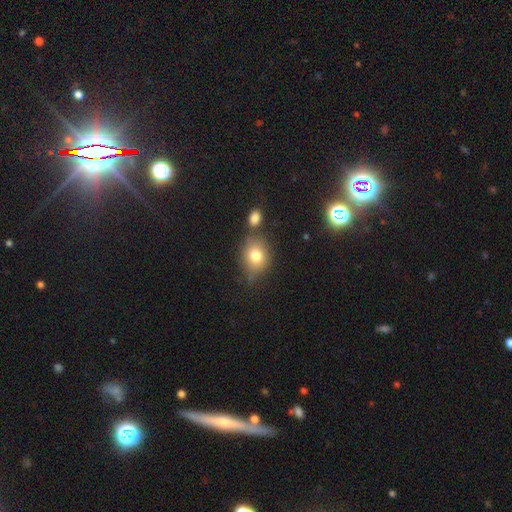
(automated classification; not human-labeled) Q: Smooth or featured?
A: smooth (77%); runner-up: featured or disk (12%)
Q: How rounded?
A: round (52%); runner-up: in between (46%)
Q: Merging?
A: none (62%); runner-up: minor disturbance (18%)